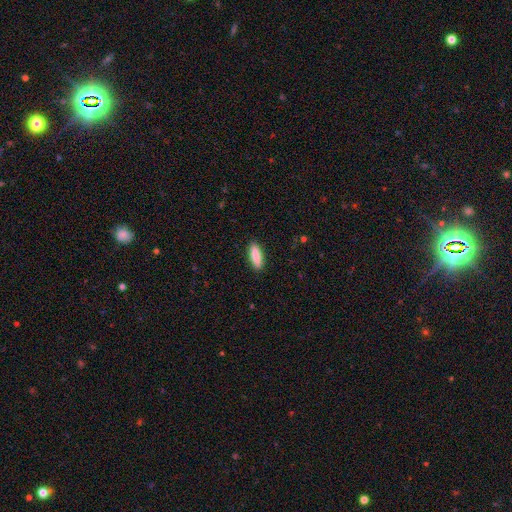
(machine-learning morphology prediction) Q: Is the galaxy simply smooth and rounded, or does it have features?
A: smooth — 88%.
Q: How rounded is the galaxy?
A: in between — 55%.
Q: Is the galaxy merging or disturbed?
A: none — 90%.